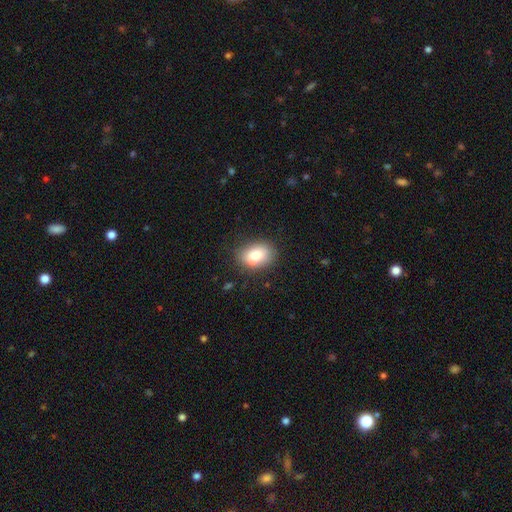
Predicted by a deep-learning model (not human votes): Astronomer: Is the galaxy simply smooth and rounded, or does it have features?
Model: smooth — 80%.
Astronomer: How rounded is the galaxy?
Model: in between — 77%.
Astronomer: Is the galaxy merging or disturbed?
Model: none — 74%.